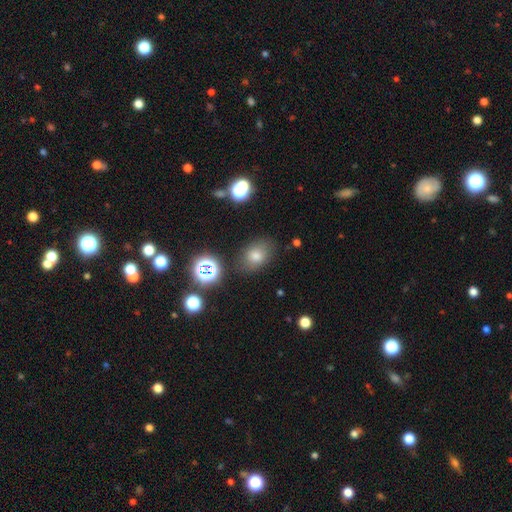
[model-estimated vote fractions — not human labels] Q: Smooth or featured?
A: smooth (71%); runner-up: star or artifact (19%)
Q: How rounded?
A: in between (66%); runner-up: round (33%)
Q: Merging?
A: none (81%); runner-up: minor disturbance (12%)